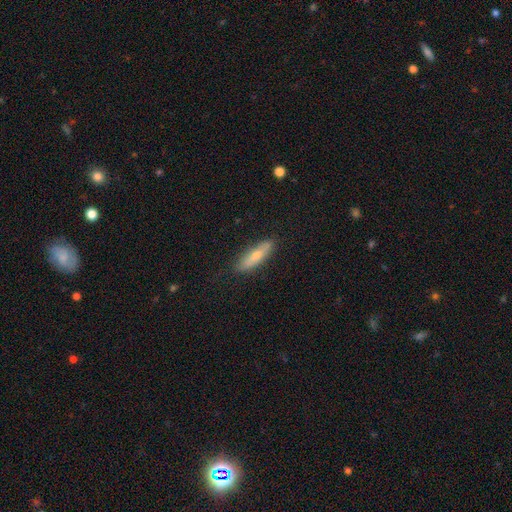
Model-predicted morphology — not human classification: A smooth galaxy with no disk features (62%) that is cigar-shaped (70%).

Vote fractions:
- Smooth or featured? smooth: 62% / featured or disk: 31% / star or artifact: 6%
- How rounded? cigar-shaped: 70% / in between: 28% / round: 2%
- Merging? none: 86% / minor disturbance: 11% / major disturbance: 2% / merger: 1%